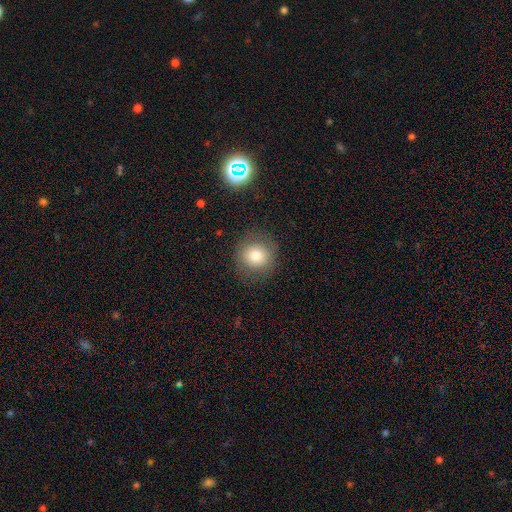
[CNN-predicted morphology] smooth-or-featured: smooth: 76% | featured or disk: 13% | star or artifact: 11%
  how-rounded: round: 90% | in between: 9% | cigar-shaped: 1%
  merging: none: 84% | minor disturbance: 11% | major disturbance: 5% | merger: 1%